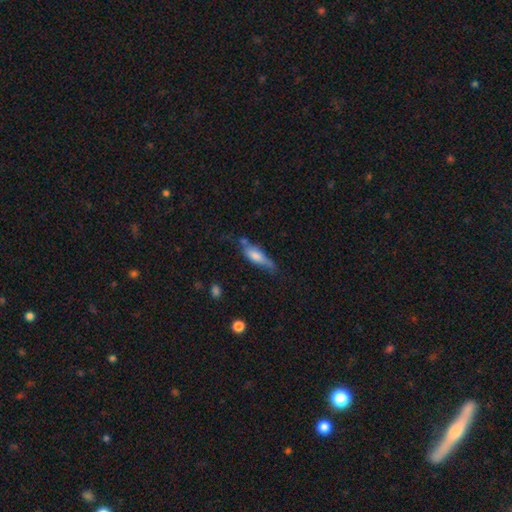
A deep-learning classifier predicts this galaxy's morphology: Q: Smooth or featured?
A: smooth (63%); runner-up: featured or disk (30%)
Q: How rounded?
A: cigar-shaped (50%); runner-up: in between (47%)
Q: Merging?
A: none (46%); runner-up: minor disturbance (32%)